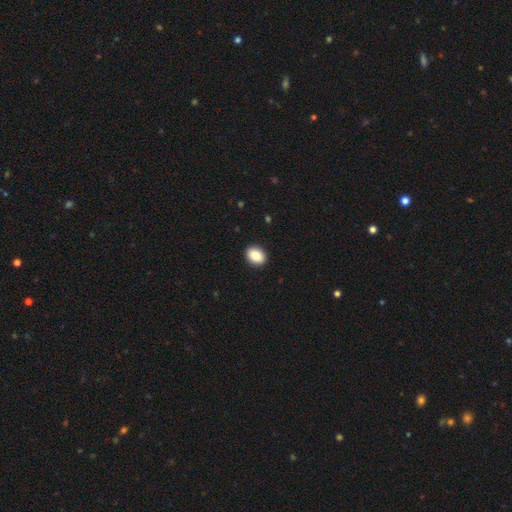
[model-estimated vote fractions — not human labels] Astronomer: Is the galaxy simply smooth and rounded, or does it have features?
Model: smooth — 88%.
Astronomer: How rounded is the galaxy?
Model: in between — 68%.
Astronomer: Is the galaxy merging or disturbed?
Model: none — 92%.